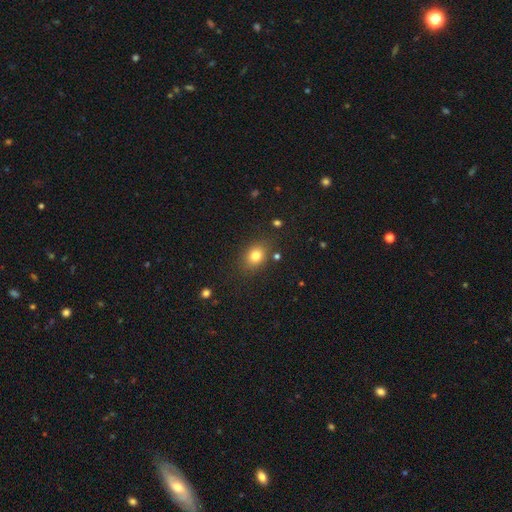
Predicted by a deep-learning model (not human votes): A smooth galaxy with no disk features (80%) that is in between round and cigar-shaped (60%).

Vote fractions:
- Smooth or featured? smooth: 80% / star or artifact: 12% / featured or disk: 8%
- How rounded? in between: 60% / round: 39% / cigar-shaped: 1%
- Merging? none: 81% / minor disturbance: 12% / major disturbance: 4% / merger: 3%